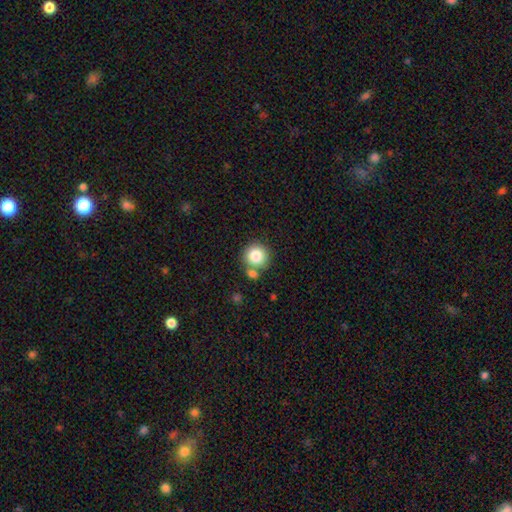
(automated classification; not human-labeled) The model was most divided on "merging": none: 69%, merger: 18%, minor disturbance: 10%, major disturbance: 3%. More confident: how rounded — round (93%); smooth or featured — smooth (82%).